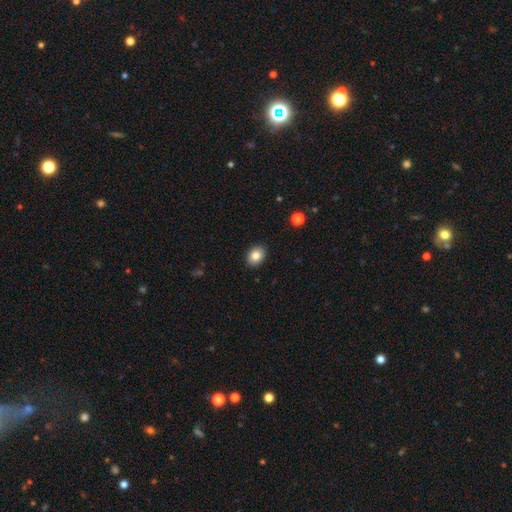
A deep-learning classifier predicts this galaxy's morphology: Smooth or featured: smooth — 84% (star or artifact — 9%)
How rounded: in between — 63% (round — 36%)
Merging: none — 90% (minor disturbance — 7%)